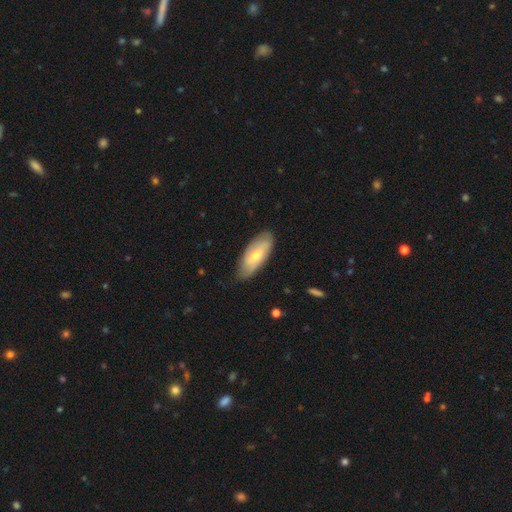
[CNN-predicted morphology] Q: Smooth or featured?
A: smooth (54%); runner-up: featured or disk (41%)
Q: How rounded?
A: in between (80%); runner-up: cigar-shaped (18%)
Q: Merging?
A: none (77%); runner-up: minor disturbance (18%)